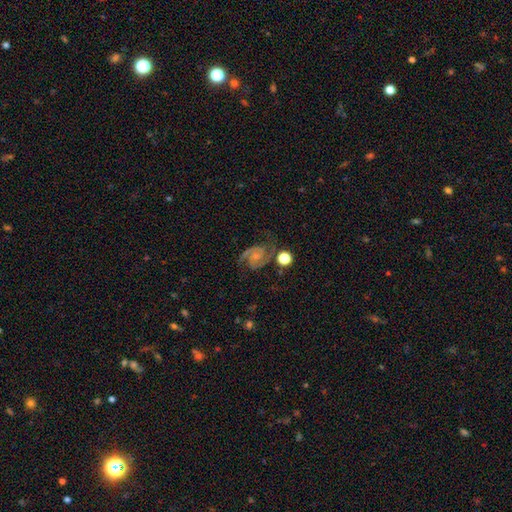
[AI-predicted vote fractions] This is clearly a featured or disk galaxy (87%). It is clearly not viewed edge-on (98%). Bar: likely no (66%). Spiral arm pattern: clearly yes (98%). Spiral arm count: clearly 2 (88%). Spiral winding: possibly medium (56%). Central bulge: likely small (61%). Merging: likely none (70%).